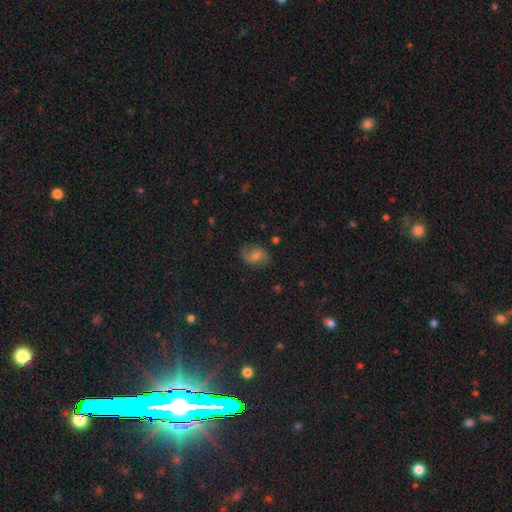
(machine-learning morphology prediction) Smooth or featured? Predicted: featured or disk (p=0.55). Edge-on disk? Predicted: no (p=0.97). Bar? Predicted: no (p=0.51). Spiral arms? Predicted: yes (p=0.88). Bulge size? Predicted: moderate (p=0.55). Merging? Predicted: none (p=0.78).